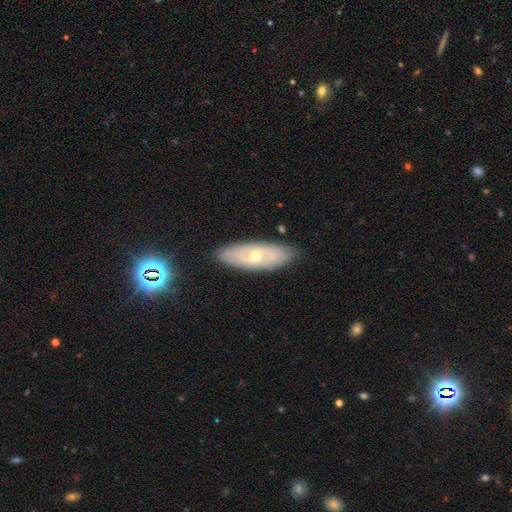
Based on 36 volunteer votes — smooth_or_featured: featured or disk (p=0.56) [alt: smooth p=0.39]
disk_edge_on: no (p=0.75) [alt: yes p=0.25]
bar: no (p=0.67) [alt: weak p=0.27]
has_spiral_arms: no (p=0.53) [alt: yes p=0.47]
bulge_size: small (p=0.67) [alt: moderate p=0.33]
merging: none (p=0.76) [alt: minor disturbance p=0.21]